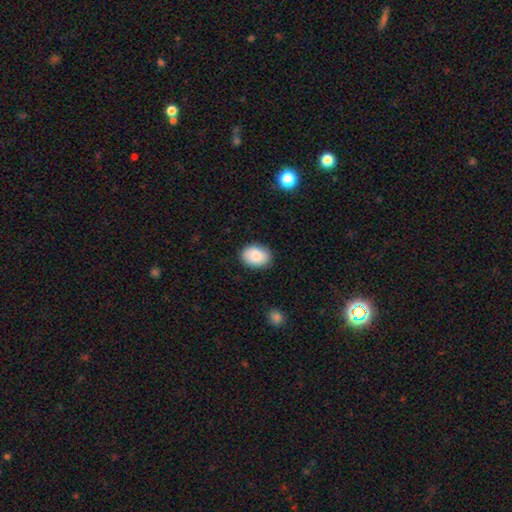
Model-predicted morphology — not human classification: A smooth galaxy with no disk features (86%) that is in between round and cigar-shaped (73%). Merging: none (86%).